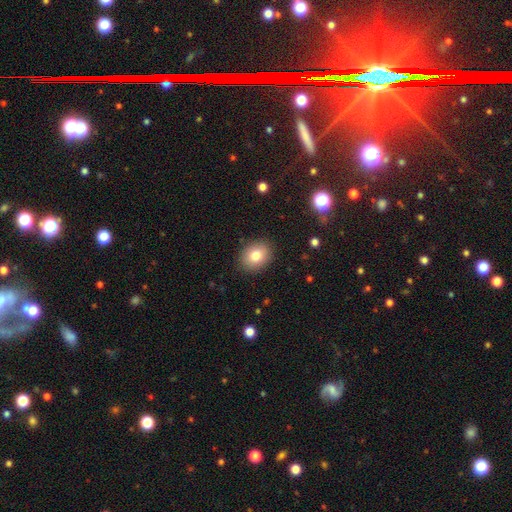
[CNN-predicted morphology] This appears to be a smooth galaxy with no disk features (80%) that is round (52%). Merging: none (88%).